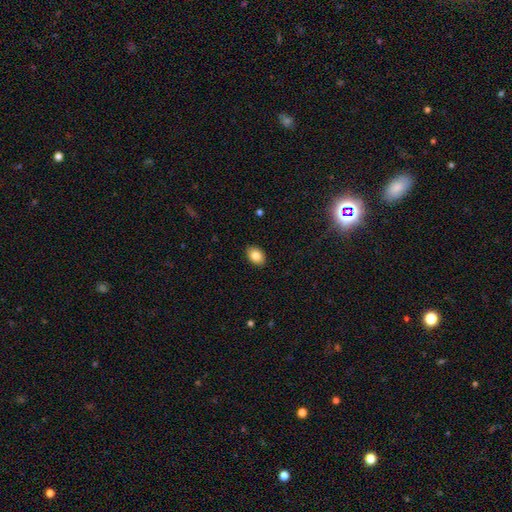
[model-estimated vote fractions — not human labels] Q: Smooth or featured?
A: smooth (84%); runner-up: featured or disk (8%)
Q: How rounded?
A: in between (83%); runner-up: round (16%)
Q: Merging?
A: none (90%); runner-up: minor disturbance (7%)